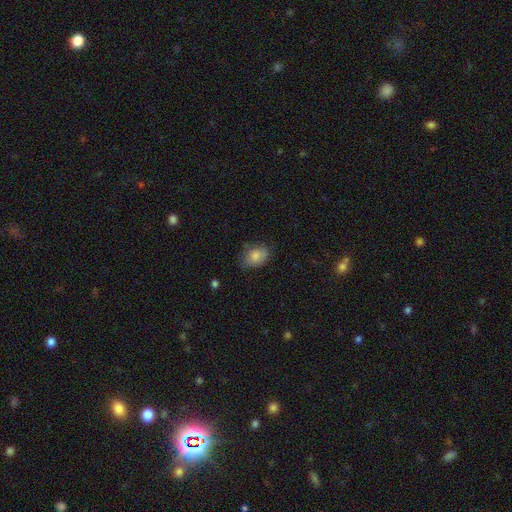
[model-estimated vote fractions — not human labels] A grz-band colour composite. It shows a smooth galaxy with no disk features (81%) that is in between round and cigar-shaped (79%). Merging: none (68%).